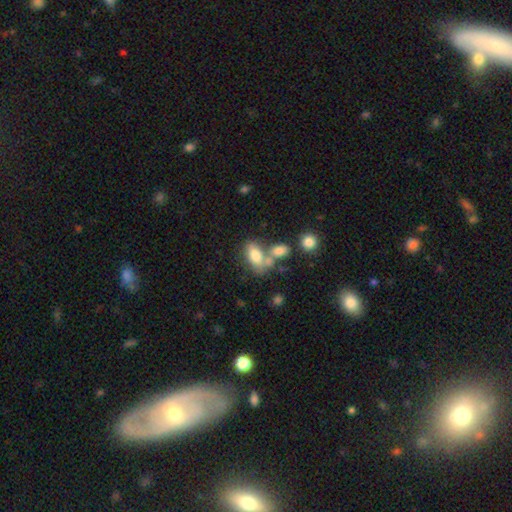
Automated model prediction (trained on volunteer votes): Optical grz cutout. It shows a smooth galaxy with no disk features (76%) that is in between round and cigar-shaped (89%). Merging: merger (40%, tied with none).